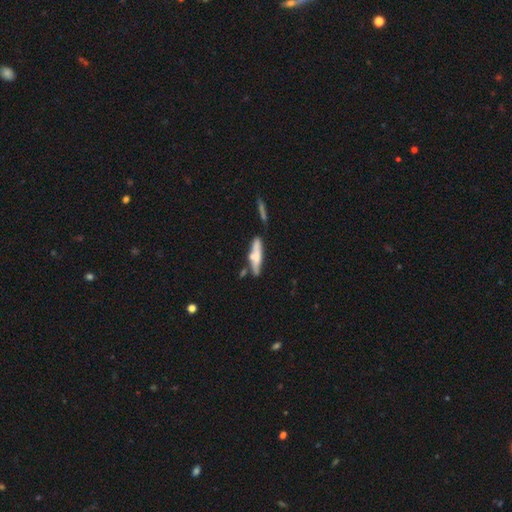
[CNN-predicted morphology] Smooth or featured?
  - smooth: 53% *
  - featured or disk: 40%
  - star or artifact: 7%
How rounded?
  - cigar-shaped: 79% *
  - in between: 19%
  - round: 2%
Merging?
  - none: 57% *
  - minor disturbance: 20%
  - merger: 16%
  - major disturbance: 7%